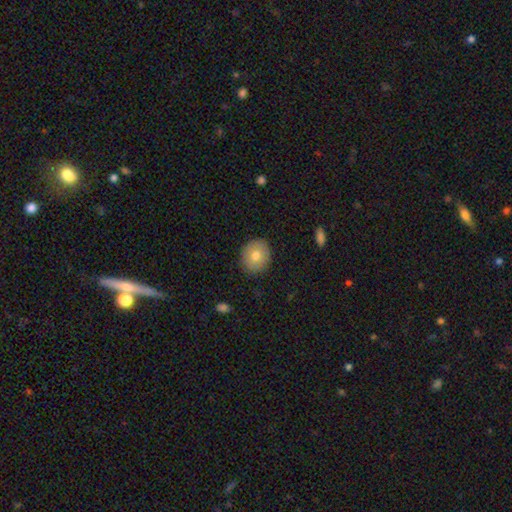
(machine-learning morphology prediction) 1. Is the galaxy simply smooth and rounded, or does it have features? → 73% smooth, 20% featured or disk, 8% star or artifact.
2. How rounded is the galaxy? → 75% round, 24% in between, 1% cigar-shaped.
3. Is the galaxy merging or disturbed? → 88% none, 9% minor disturbance, 2% major disturbance, 1% merger.